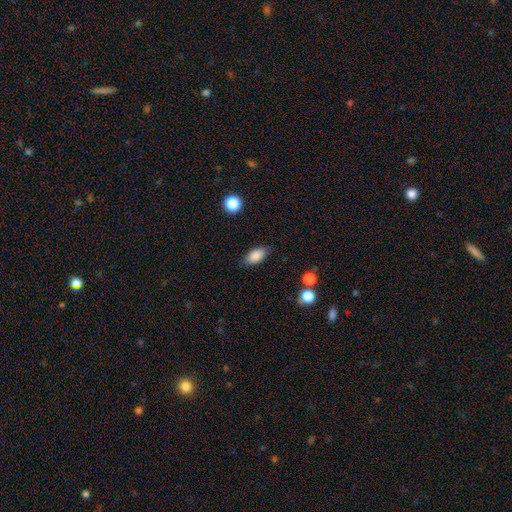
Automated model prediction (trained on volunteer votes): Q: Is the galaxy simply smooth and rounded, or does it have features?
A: smooth — 87%.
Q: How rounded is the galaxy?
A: in between — 90%.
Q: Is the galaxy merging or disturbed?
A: none — 83%.